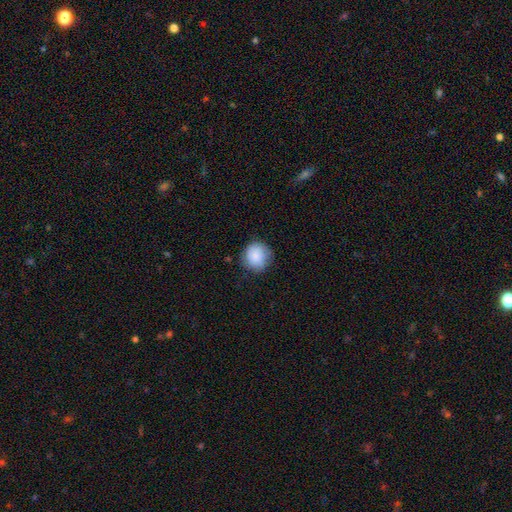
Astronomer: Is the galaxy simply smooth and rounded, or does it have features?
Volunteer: smooth — 82%.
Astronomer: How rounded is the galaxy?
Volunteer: round — 87%.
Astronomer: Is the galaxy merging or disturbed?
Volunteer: none — 64%.